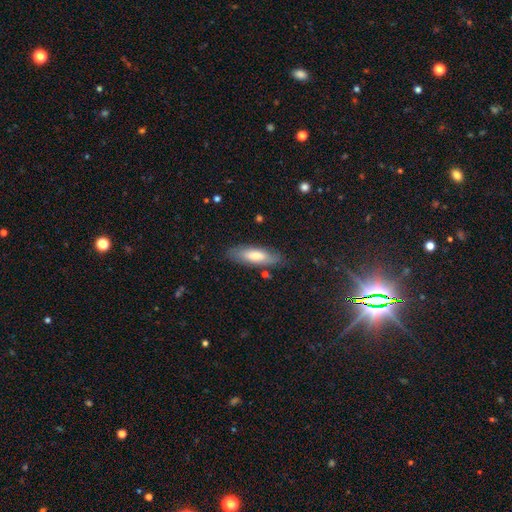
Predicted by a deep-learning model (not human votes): Smooth or featured? Predicted: smooth (p=0.72). How rounded? Predicted: in between (p=0.55). Merging? Predicted: none (p=0.80).